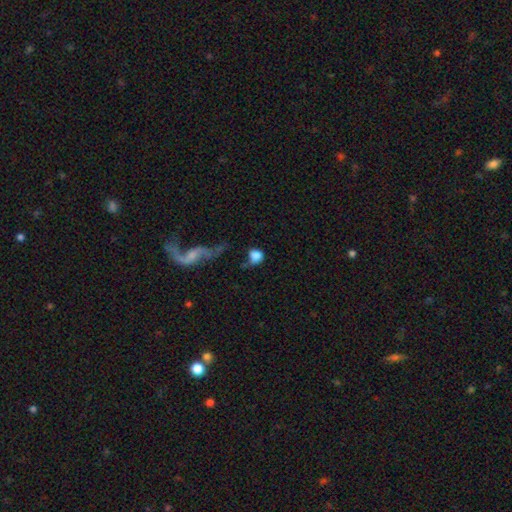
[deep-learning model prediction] A smooth galaxy with no disk features (76%) that is round (65%). Merging: none (37%).